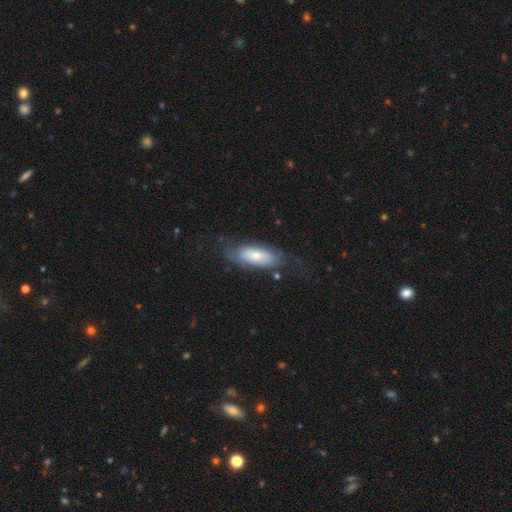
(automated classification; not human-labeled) This appears to be a smooth galaxy with no disk features (59%) that is in between round and cigar-shaped (80%). Merging: none (61%).